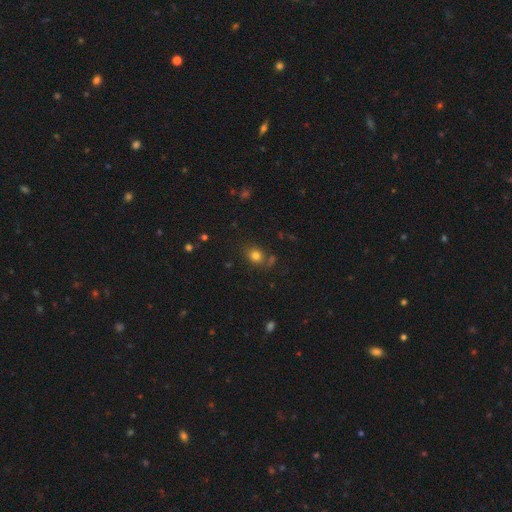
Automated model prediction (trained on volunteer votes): The model was most divided on "how rounded": round: 61%, in between: 38%, cigar-shaped: 1%. More confident: smooth or featured — smooth (79%); merging — none (72%).